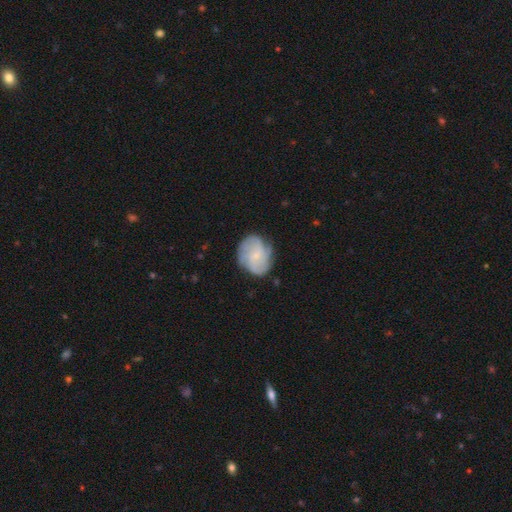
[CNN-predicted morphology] smooth_or_featured: featured or disk (p=0.67) [alt: smooth p=0.27]
disk_edge_on: no (p=0.98) [alt: yes p=0.02]
bar: no (p=0.69) [alt: weak p=0.27]
has_spiral_arms: yes (p=0.90) [alt: no p=0.10]
spiral_winding: medium (p=0.41) [tied with: tight p=0.41]
spiral_arm_count: can't tell (p=0.31) [alt: 3 p=0.26]
bulge_size: small (p=0.76) [alt: moderate p=0.16]
merging: none (p=0.69) [alt: minor disturbance p=0.22]